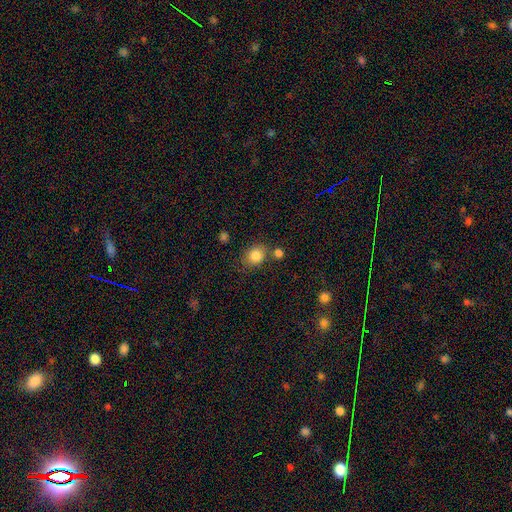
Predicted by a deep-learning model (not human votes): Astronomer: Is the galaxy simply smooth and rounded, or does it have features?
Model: smooth — 84%.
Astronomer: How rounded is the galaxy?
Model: round — 57% (runner-up: in between, 42%).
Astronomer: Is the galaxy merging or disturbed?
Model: none — 68%.